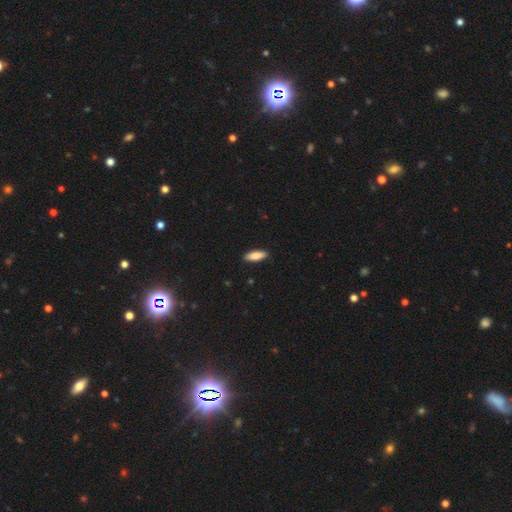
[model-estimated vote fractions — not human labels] A smooth galaxy with no disk features (85%) that is in between round and cigar-shaped (66%). Merging: none (90%).